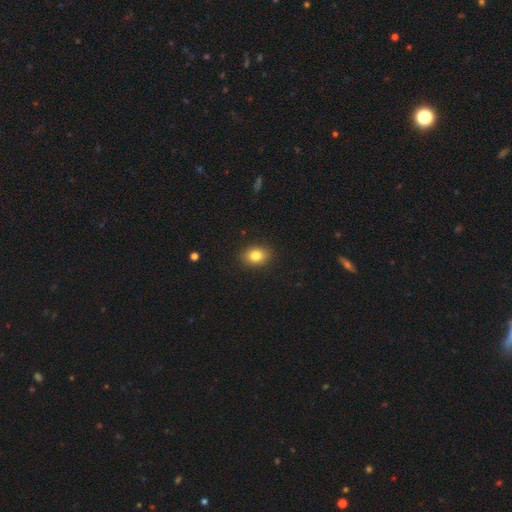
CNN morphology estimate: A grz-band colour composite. It shows a smooth galaxy with no disk features (83%) that is in between round and cigar-shaped (58%). Merging: none (89%).